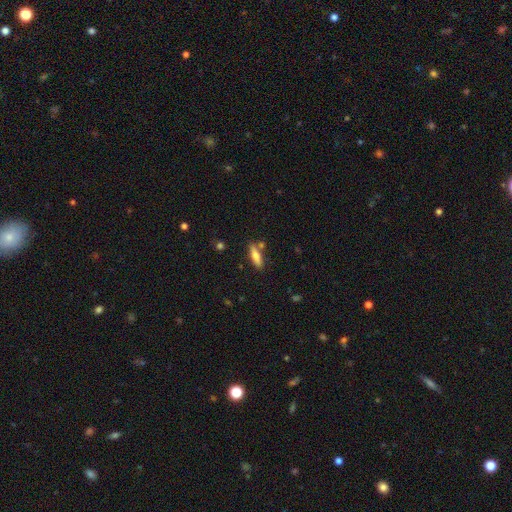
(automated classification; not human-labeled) A smooth galaxy with no disk features (69%) that is cigar-shaped (59%). Merging: none (78%).